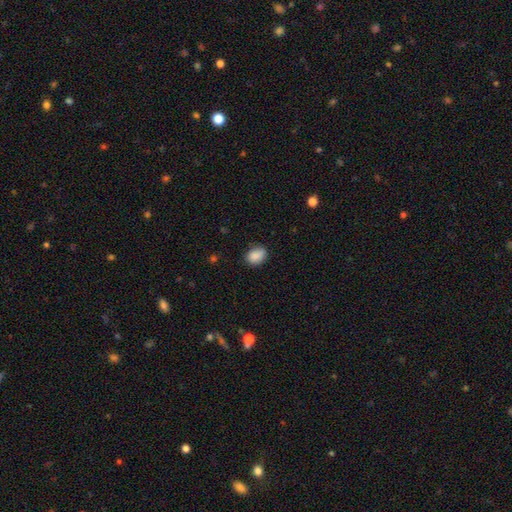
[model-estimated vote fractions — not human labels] Smooth or featured?
  - smooth: 88% *
  - star or artifact: 8%
  - featured or disk: 4%
How rounded?
  - in between: 64% *
  - round: 35%
  - cigar-shaped: 1%
Merging?
  - none: 80% *
  - minor disturbance: 16%
  - major disturbance: 3%
  - merger: 1%